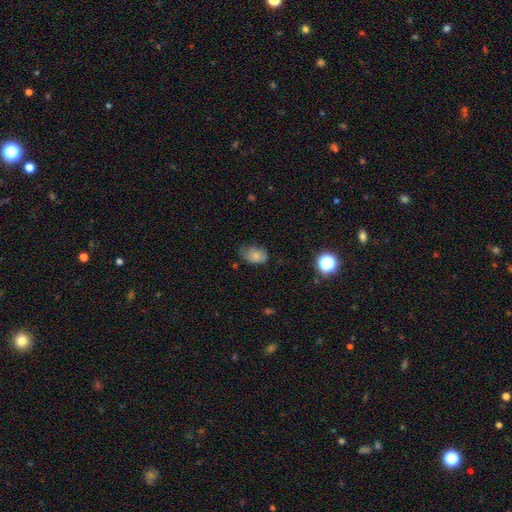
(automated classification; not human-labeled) This is likely a smooth galaxy (76%). How rounded: clearly in between (80%). Merging: possibly none (46%).